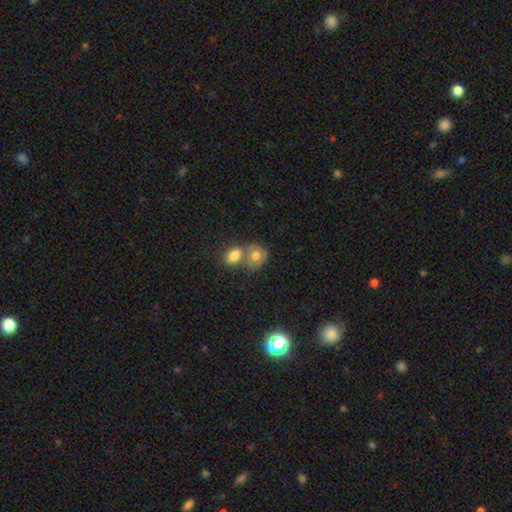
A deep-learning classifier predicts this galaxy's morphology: Overall: smooth (69%). How rounded: in between (52%; round 47%). Merging: merger (49%; none 34%).